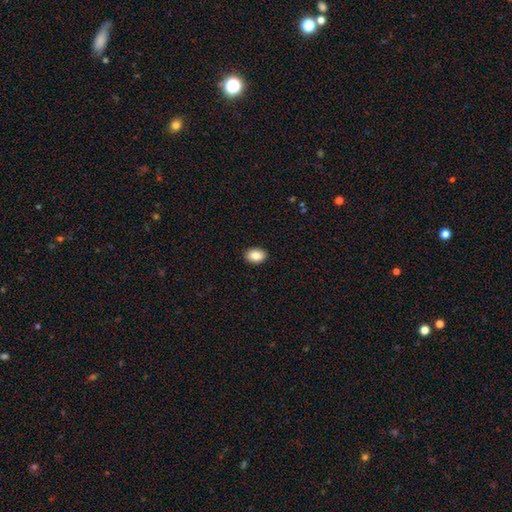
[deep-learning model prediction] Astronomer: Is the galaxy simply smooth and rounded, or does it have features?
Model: smooth — 86%.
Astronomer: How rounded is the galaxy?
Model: in between — 82%.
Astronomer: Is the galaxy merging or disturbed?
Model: none — 91%.